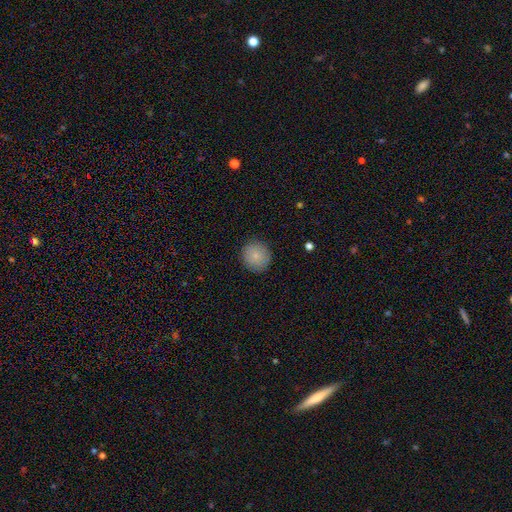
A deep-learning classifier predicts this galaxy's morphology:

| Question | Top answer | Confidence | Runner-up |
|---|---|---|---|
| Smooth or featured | smooth | 84% | featured or disk (8%) |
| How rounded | round | 89% | in between (10%) |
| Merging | none | 88% | minor disturbance (9%) |